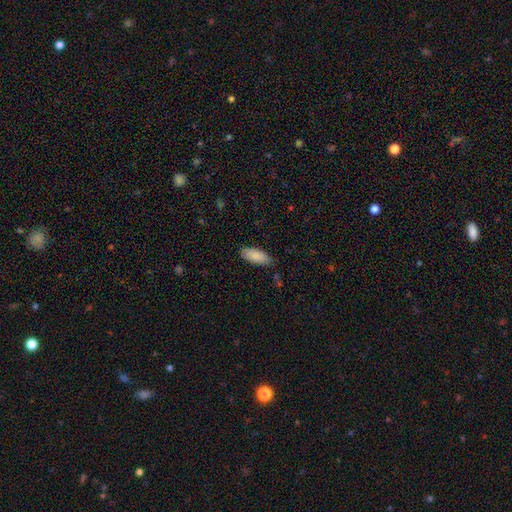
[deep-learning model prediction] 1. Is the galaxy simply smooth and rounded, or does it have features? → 88% smooth, 6% star or artifact, 6% featured or disk.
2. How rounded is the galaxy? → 79% in between, 20% cigar-shaped, 2% round.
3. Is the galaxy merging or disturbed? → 82% none, 15% minor disturbance, 2% major disturbance, 1% merger.